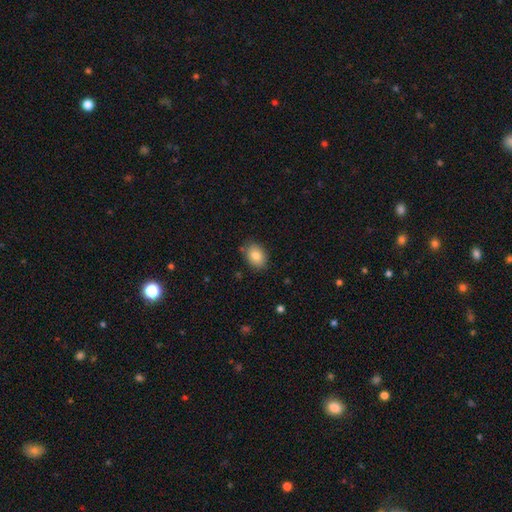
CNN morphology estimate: Overall: smooth (83%). How rounded: in between (73%). Merging: none (81%).